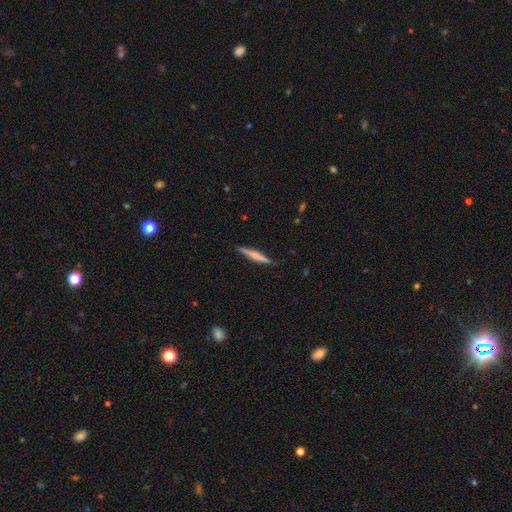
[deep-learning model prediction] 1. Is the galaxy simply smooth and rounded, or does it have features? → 52% smooth, 42% featured or disk, 6% star or artifact.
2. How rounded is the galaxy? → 94% cigar-shaped, 5% in between, 1% round.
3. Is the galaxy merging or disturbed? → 89% none, 9% minor disturbance, 2% major disturbance, 1% merger.